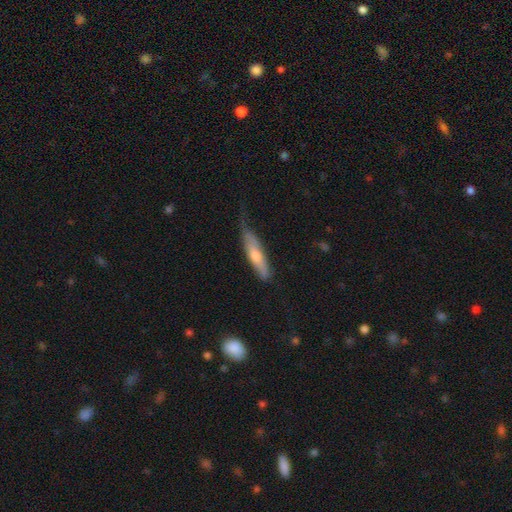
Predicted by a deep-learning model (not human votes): Smooth or featured? Predicted: smooth (p=0.55). How rounded? Predicted: cigar-shaped (p=0.78). Merging? Predicted: none (p=0.47).